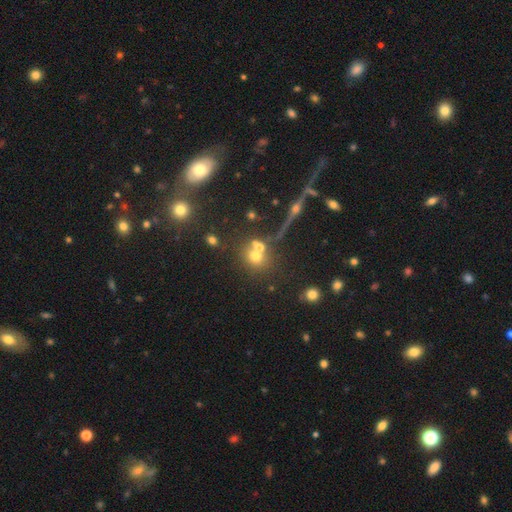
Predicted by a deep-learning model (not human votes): The model was most divided on "merging": none: 50%, merger: 35%, minor disturbance: 9%, major disturbance: 5%. More confident: how rounded — round (79%); smooth or featured — smooth (60%).